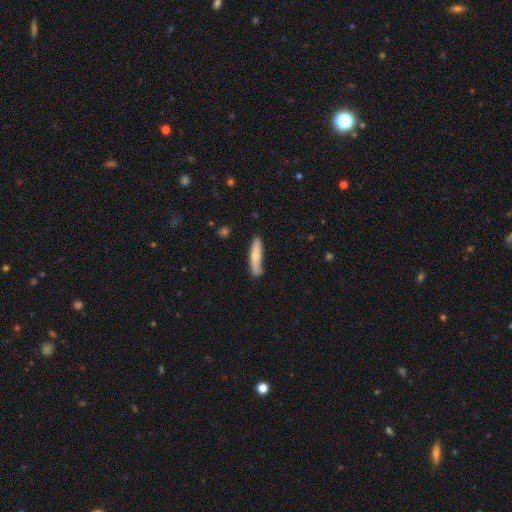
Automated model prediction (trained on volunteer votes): Smooth or featured? smooth (67%)
How rounded? cigar-shaped (81%)
Merging? none (73%)